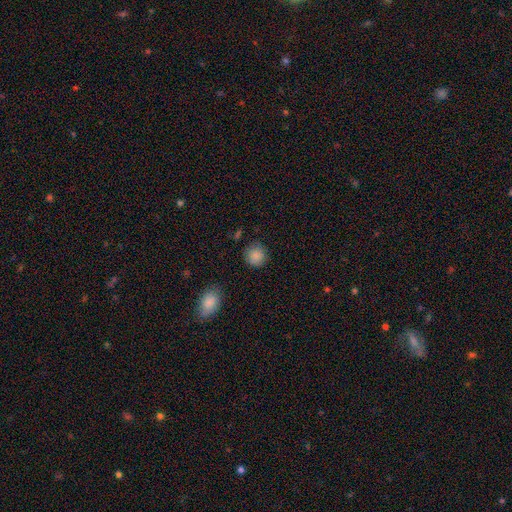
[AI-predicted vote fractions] This is clearly a smooth galaxy (86%). How rounded: clearly round (88%). Merging: clearly none (83%).